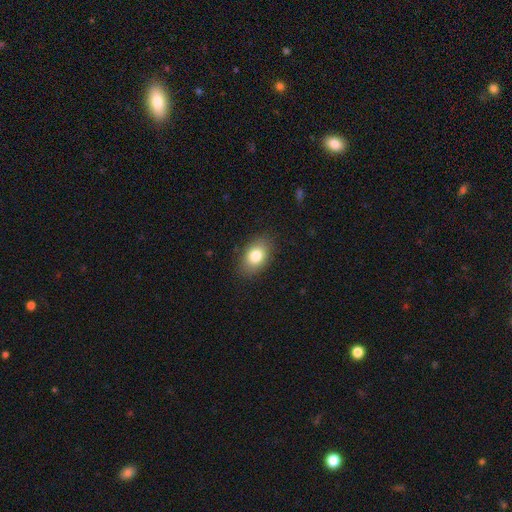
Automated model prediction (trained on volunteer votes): Overall: smooth (81%). How rounded: in between (83%). Merging: none (86%).